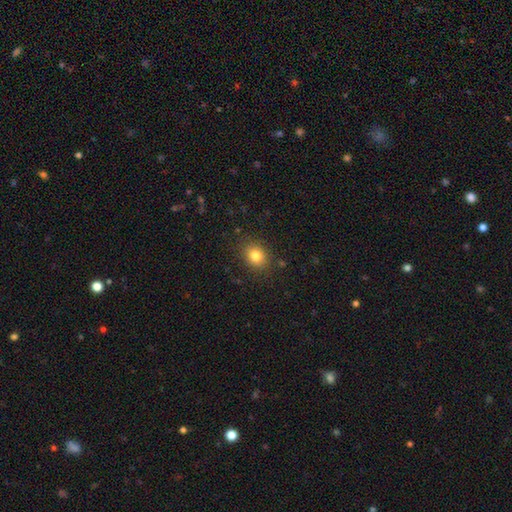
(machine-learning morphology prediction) smooth_or_featured: smooth (p=0.81) [alt: star or artifact p=0.11]
how_rounded: round (p=0.59) [alt: in between p=0.40]
merging: none (p=0.86) [alt: minor disturbance p=0.10]